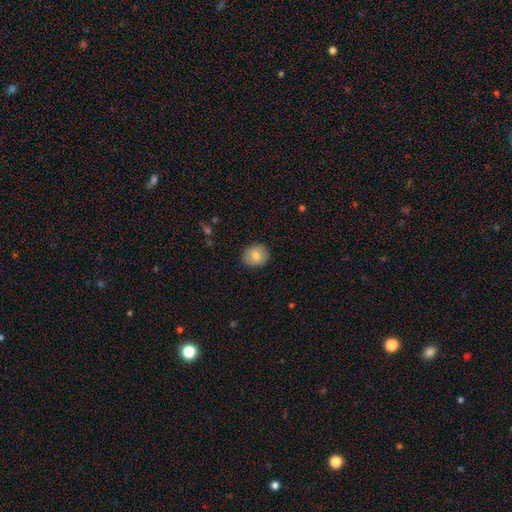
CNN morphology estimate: Smooth or featured? smooth (79%)
How rounded? round (69%)
Merging? none (89%)